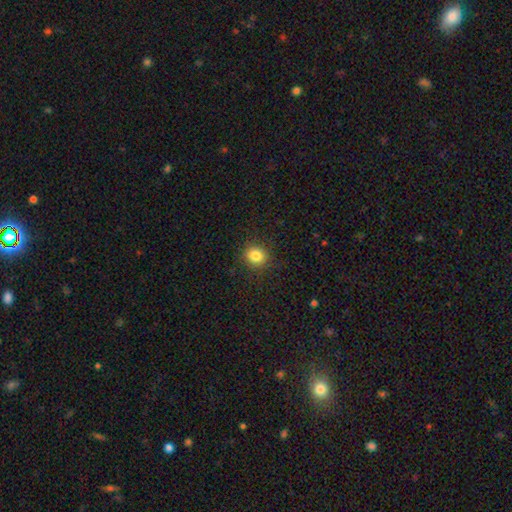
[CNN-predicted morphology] smooth 83%, star or artifact 12%, featured or disk 5%. Down the decision tree: how rounded — round (84%); merging — none (89%).